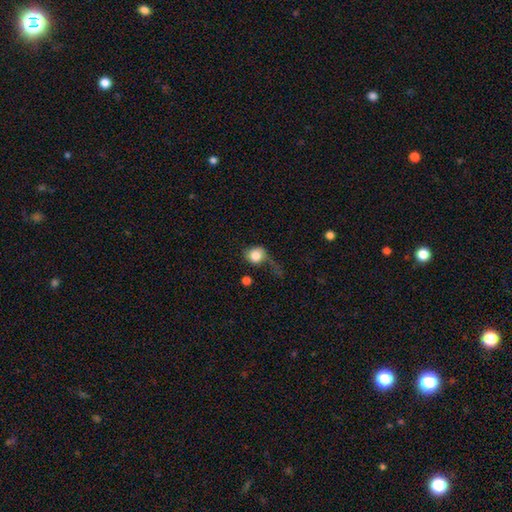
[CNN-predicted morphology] This appears to be a smooth galaxy with no disk features (77%) that is round (77%). Merging: major disturbance (43%).